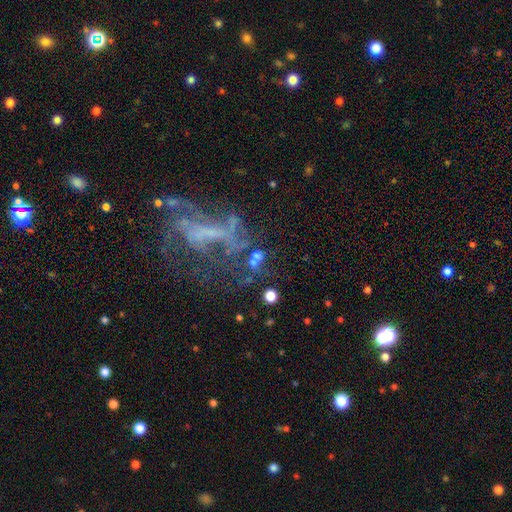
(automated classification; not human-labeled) Smooth or featured? smooth (42%)
Merging? none (49%)